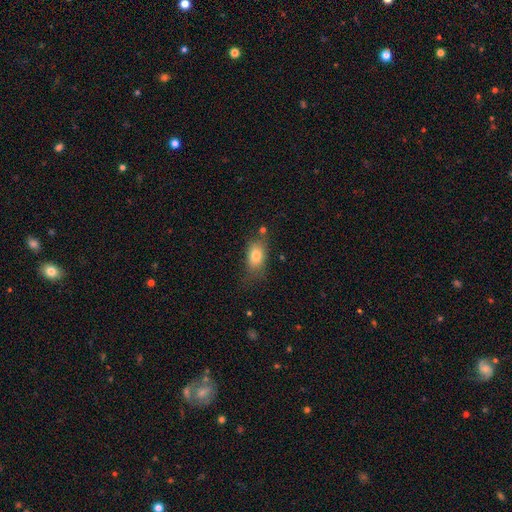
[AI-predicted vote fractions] A smooth galaxy with no disk features (79%) that is in between round and cigar-shaped (84%).

Vote fractions:
- Smooth or featured? smooth: 79% / featured or disk: 12% / star or artifact: 9%
- How rounded? in between: 84% / round: 12% / cigar-shaped: 4%
- Merging? none: 64% / minor disturbance: 23% / major disturbance: 8% / merger: 5%